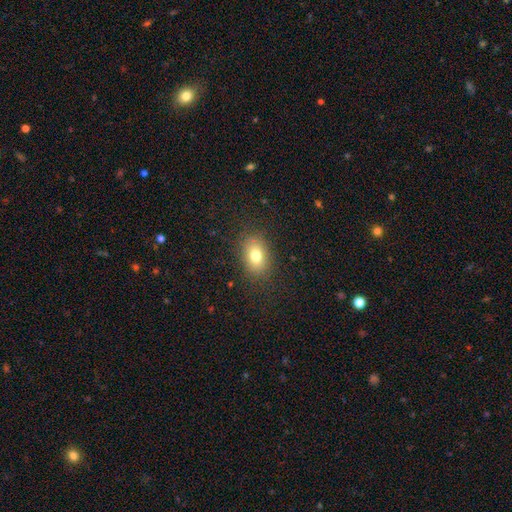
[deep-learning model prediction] The model was most divided on "how rounded": in between: 79%, round: 20%, cigar-shaped: 2%. More confident: merging — none (85%); smooth or featured — smooth (78%).